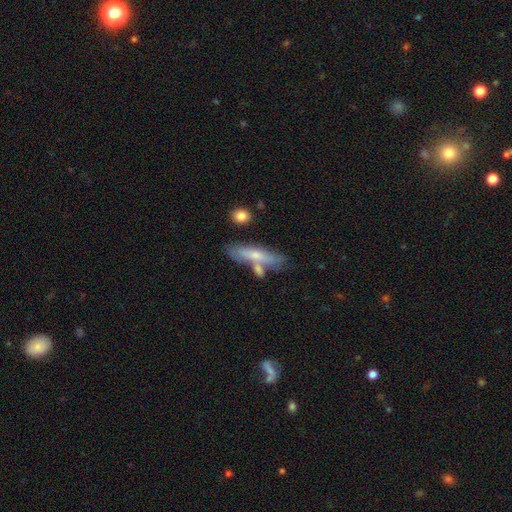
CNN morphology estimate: type=smooth (57%); roundness=cigar-shaped (72%); merging=none (60%).